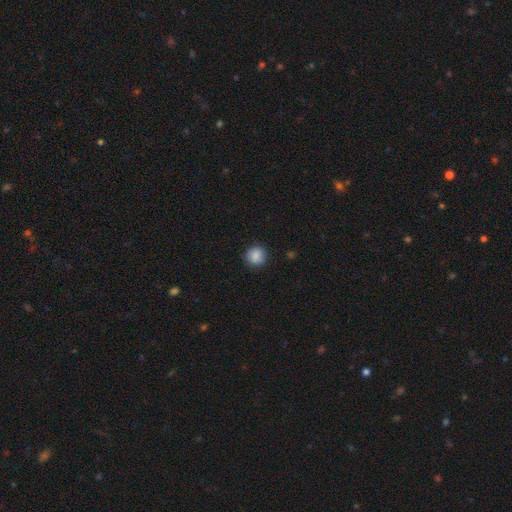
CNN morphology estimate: This is clearly a smooth galaxy (86%). How rounded: clearly round (89%). Merging: clearly none (87%).